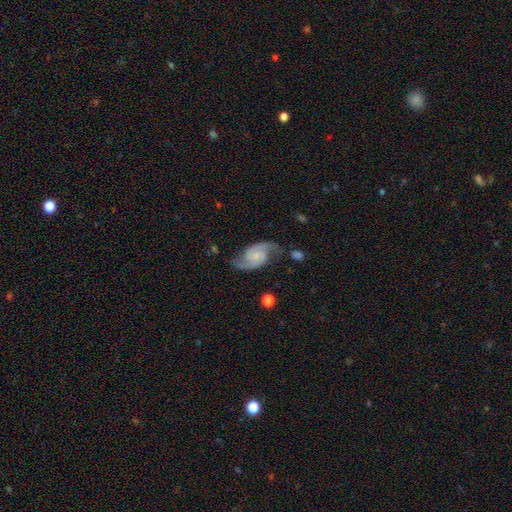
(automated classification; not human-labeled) The model was most divided on "spiral winding": medium: 50%, loose: 32%, tight: 18%. More confident: edge-on disk — no (97%); spiral arms — yes (97%); spiral arm count — 2 (93%); smooth or featured — featured or disk (87%); merging — none (73%); bar — no (60%); bulge size — small (51%).